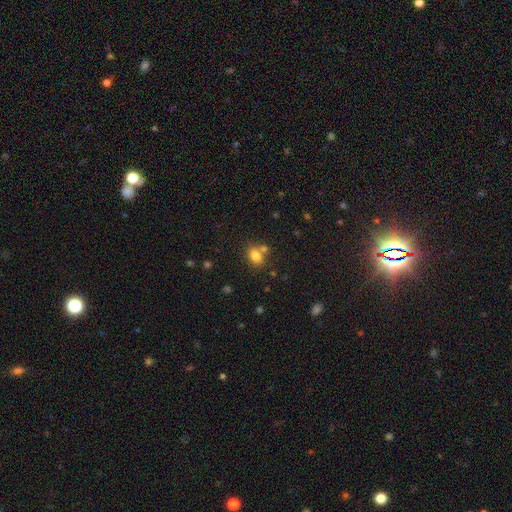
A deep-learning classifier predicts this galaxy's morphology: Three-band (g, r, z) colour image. It shows a smooth galaxy with no disk features (81%) that is in between round and cigar-shaped (67%). Merging: none (60%).